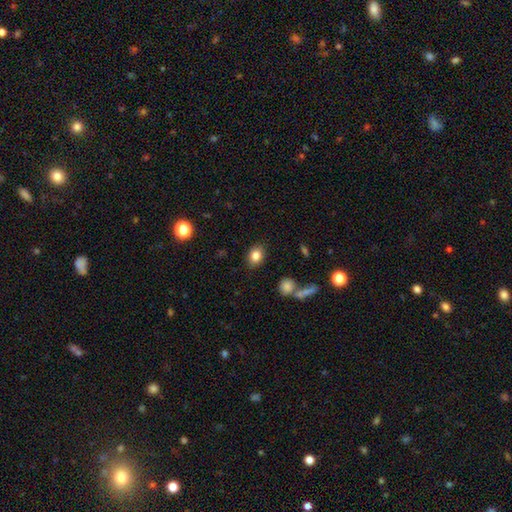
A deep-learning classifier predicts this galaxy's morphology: Smooth or featured? smooth (83%)
How rounded? in between (65%)
Merging? none (86%)